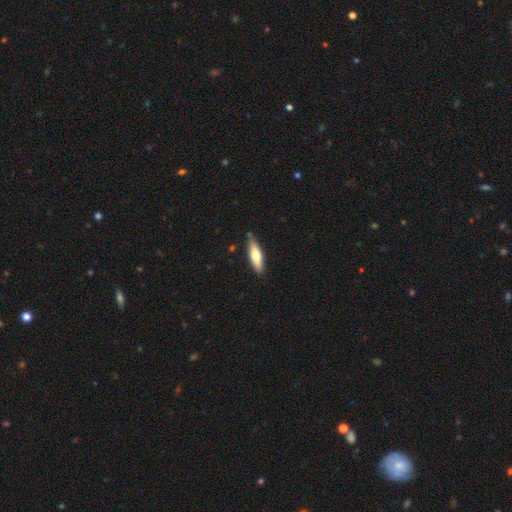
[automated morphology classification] A smooth galaxy with no disk features (63%) that is cigar-shaped (65%).

Vote fractions:
- Smooth or featured? smooth: 63% / featured or disk: 32% / star or artifact: 5%
- How rounded? cigar-shaped: 65% / in between: 34% / round: 2%
- Merging? none: 81% / minor disturbance: 14% / merger: 3% / major disturbance: 2%